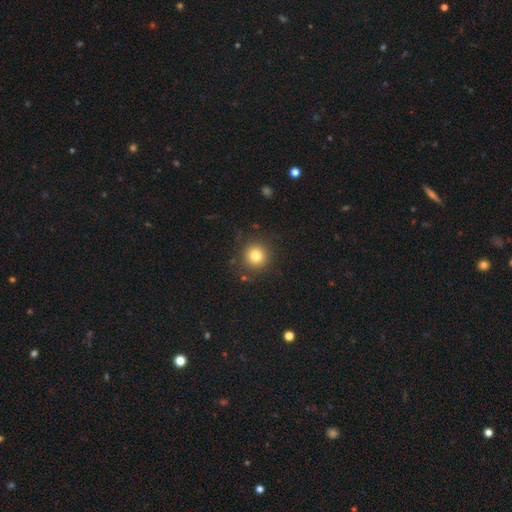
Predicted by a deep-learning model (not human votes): This appears to be a smooth galaxy with no disk features (80%) that is round (93%). Merging: none (86%).